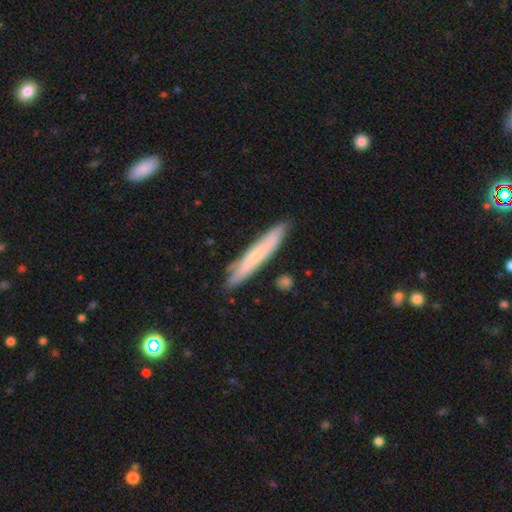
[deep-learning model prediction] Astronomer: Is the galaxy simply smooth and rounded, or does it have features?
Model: smooth — 55% (runner-up: featured or disk, 39%).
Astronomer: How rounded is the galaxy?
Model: cigar-shaped — 93%.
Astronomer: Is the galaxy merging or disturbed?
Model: none — 83%.